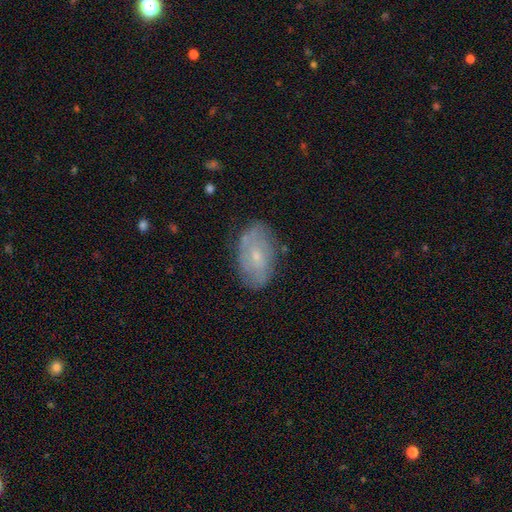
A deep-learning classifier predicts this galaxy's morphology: Smooth or featured?
  - featured or disk: 58% *
  - smooth: 34%
  - star or artifact: 8%
Edge-on disk?
  - no: 94% *
  - yes: 6%
Bar?
  - no: 63% *
  - weak: 32%
  - strong: 6%
Spiral arms?
  - yes: 73% *
  - no: 27%
Bulge size?
  - small: 69% *
  - moderate: 25%
  - none: 3%
  - large: 1%
  - dominant: 1%
Merging?
  - none: 76% *
  - minor disturbance: 18%
  - major disturbance: 5%
  - merger: 1%